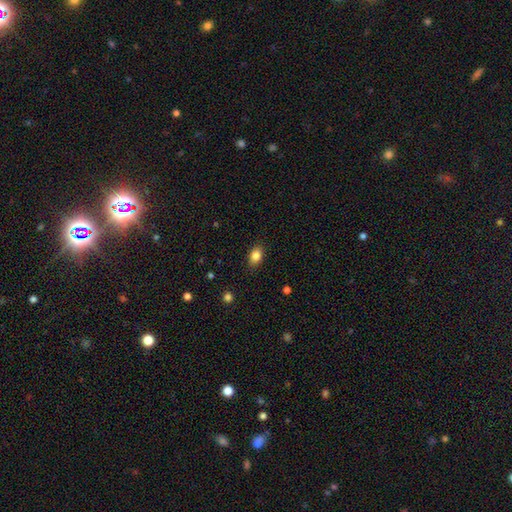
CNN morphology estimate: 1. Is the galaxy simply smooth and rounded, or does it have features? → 85% smooth, 9% star or artifact, 6% featured or disk.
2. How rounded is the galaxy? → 79% in between, 19% round, 2% cigar-shaped.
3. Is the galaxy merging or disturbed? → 86% none, 11% minor disturbance, 3% major disturbance, 1% merger.